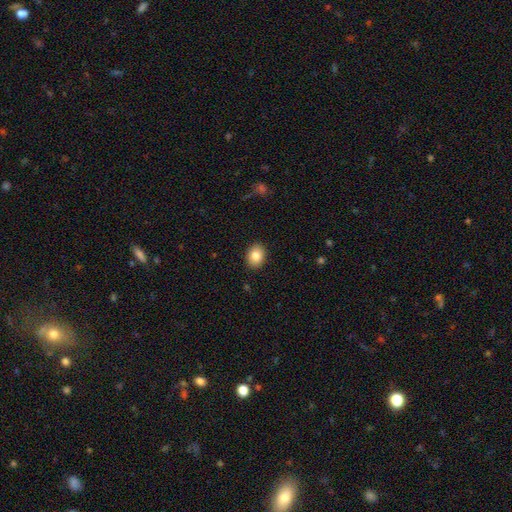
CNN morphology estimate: smooth_or_featured: smooth (p=0.85) [alt: star or artifact p=0.08]
how_rounded: in between (p=0.67) [alt: round p=0.32]
merging: none (p=0.90) [alt: minor disturbance p=0.07]